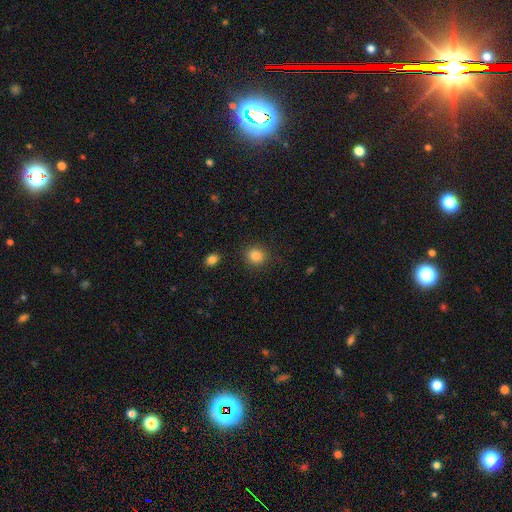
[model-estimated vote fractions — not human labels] Smooth or featured? smooth (85%)
How rounded? round (80%)
Merging? none (87%)